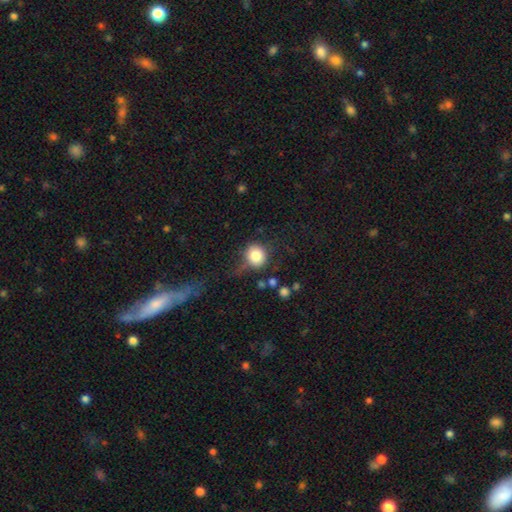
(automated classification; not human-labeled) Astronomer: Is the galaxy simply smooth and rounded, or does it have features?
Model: smooth — 82%.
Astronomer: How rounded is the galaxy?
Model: round — 84%.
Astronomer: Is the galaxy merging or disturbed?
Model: none — 66%.